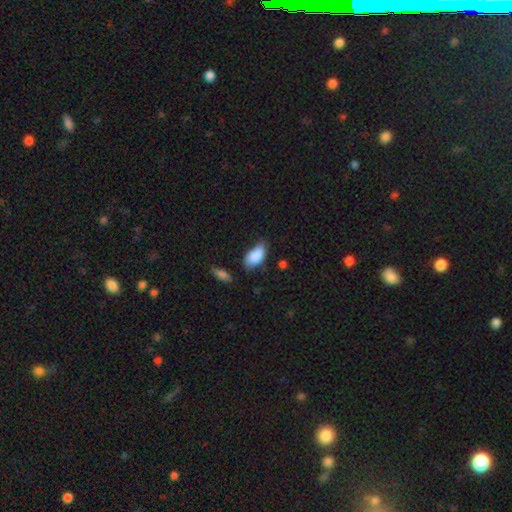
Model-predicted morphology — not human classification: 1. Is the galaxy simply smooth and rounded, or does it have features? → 86% smooth, 8% featured or disk, 7% star or artifact.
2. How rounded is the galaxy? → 92% in between, 4% cigar-shaped, 4% round.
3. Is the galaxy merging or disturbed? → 49% none, 38% minor disturbance, 9% major disturbance, 5% merger.